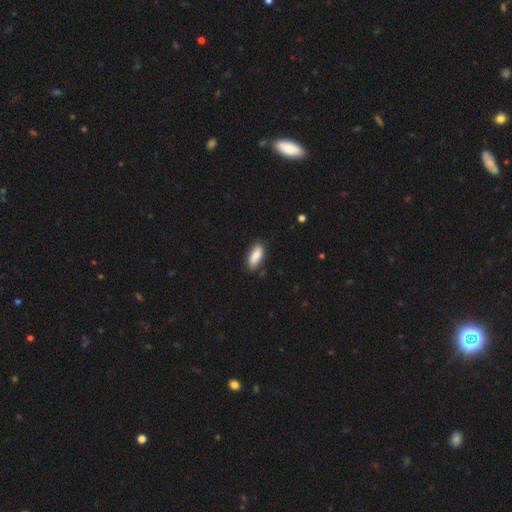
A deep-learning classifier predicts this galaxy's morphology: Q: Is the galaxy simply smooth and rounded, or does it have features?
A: smooth — 86%.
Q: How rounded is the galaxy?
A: in between — 77%.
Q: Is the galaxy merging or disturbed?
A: none — 80%.